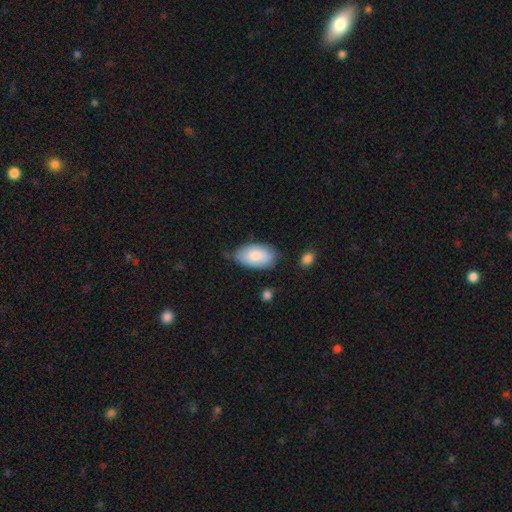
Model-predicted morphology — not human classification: Smooth or featured?
  - smooth: 79% *
  - featured or disk: 16%
  - star or artifact: 6%
How rounded?
  - in between: 95% *
  - round: 4%
  - cigar-shaped: 2%
Merging?
  - none: 69% *
  - minor disturbance: 24%
  - major disturbance: 4%
  - merger: 3%